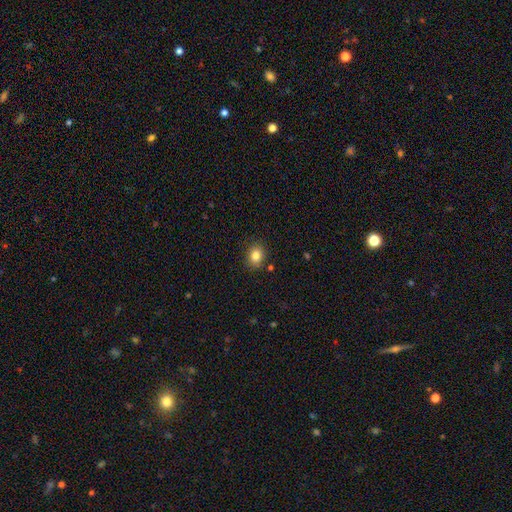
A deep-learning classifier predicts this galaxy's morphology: The model was most divided on "how rounded": round: 53%, in between: 46%, cigar-shaped: 1%. More confident: merging — none (86%); smooth or featured — smooth (82%).